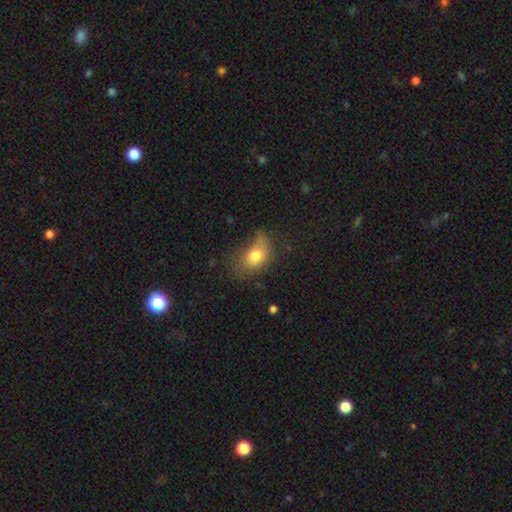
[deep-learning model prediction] smooth_or_featured: smooth (p=0.76) [alt: featured or disk p=0.14]
how_rounded: in between (p=0.76) [alt: round p=0.22]
merging: none (p=0.41) [alt: minor disturbance p=0.33]